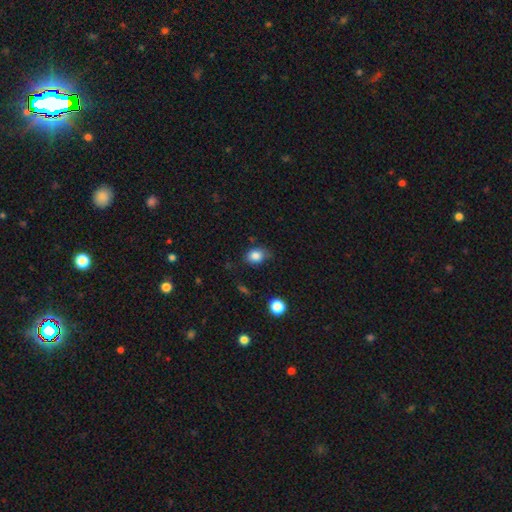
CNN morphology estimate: Smooth or featured: smooth — 84% (star or artifact — 10%)
How rounded: in between — 64% (round — 35%)
Merging: none — 71% (minor disturbance — 22%)